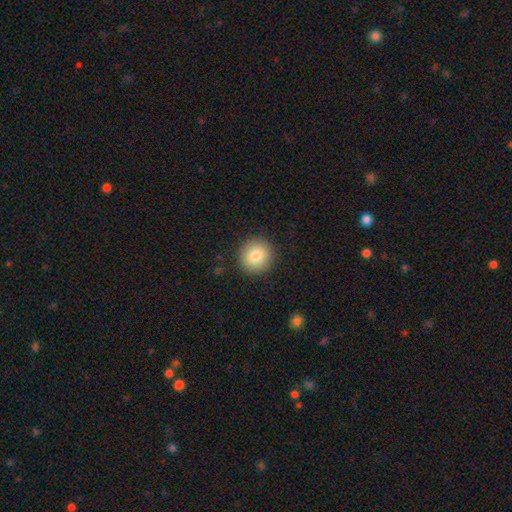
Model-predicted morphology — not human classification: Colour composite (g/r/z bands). It shows a smooth galaxy with no disk features (82%) that is round (94%). Merging: none (91%).